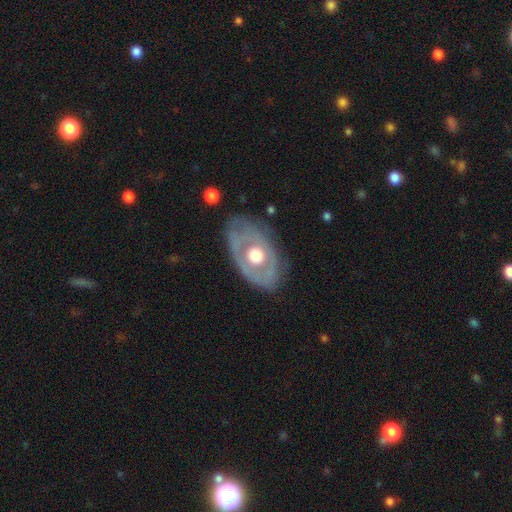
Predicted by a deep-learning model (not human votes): This appears to be a featured or disk galaxy (61%) with no bar (90%), no spiral arms (83%) and a moderate central bulge (54%). Merging: none (73%).